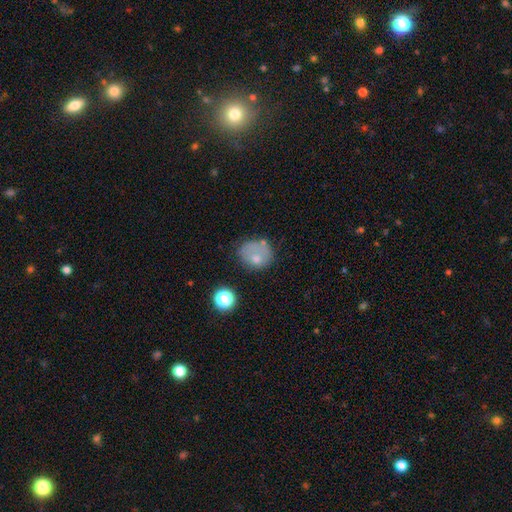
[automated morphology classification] Smooth or featured: smooth — 67% (featured or disk — 21%)
How rounded: round — 70% (in between — 29%)
Merging: none — 50% (minor disturbance — 25%)